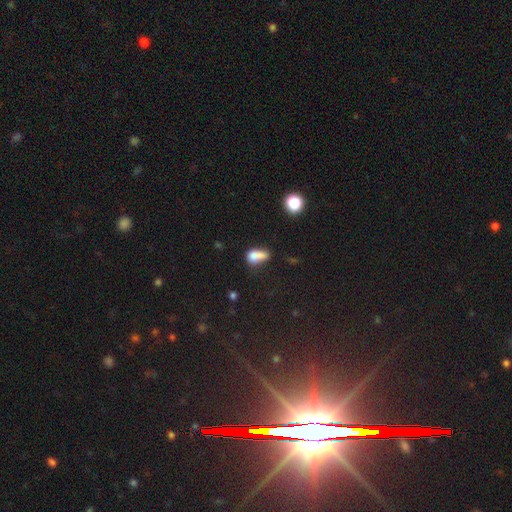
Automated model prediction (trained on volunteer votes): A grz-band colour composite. It shows a smooth galaxy with no disk features (73%) that is in between round and cigar-shaped (73%). Merging: merger (32%).